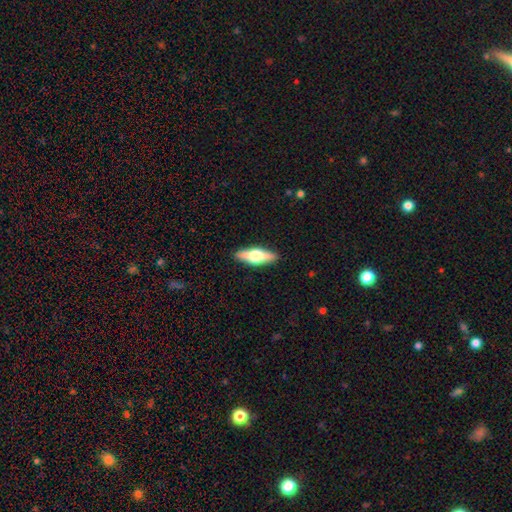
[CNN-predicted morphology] A featured or disk galaxy (51%) viewed edge-on (93%).

Vote fractions:
- Smooth or featured? featured or disk: 51% / smooth: 43% / star or artifact: 6%
- Edge-on disk? yes: 93% / no: 7%
- Merging? none: 90% / minor disturbance: 7% / major disturbance: 2% / merger: 1%